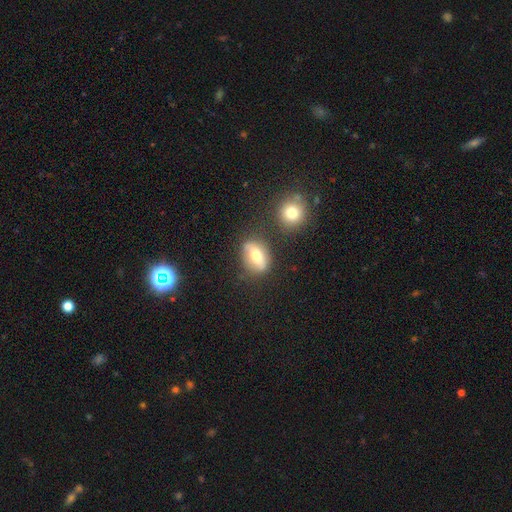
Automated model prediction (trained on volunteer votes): A smooth galaxy with no disk features (57%) that is in between round and cigar-shaped (76%). Merging: none (69%).